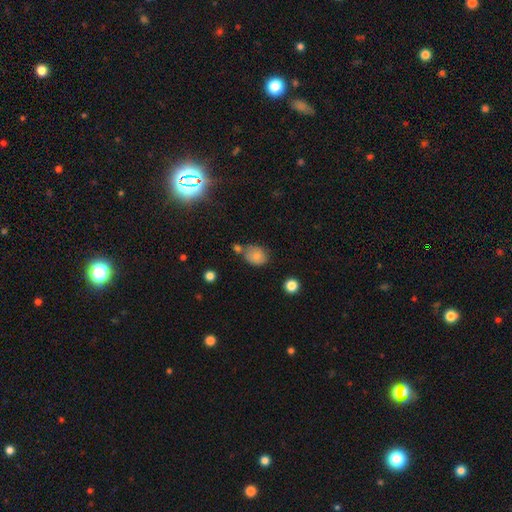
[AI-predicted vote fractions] This is likely a smooth galaxy (77%). How rounded: possibly round (52%). Merging: possibly none (58%).